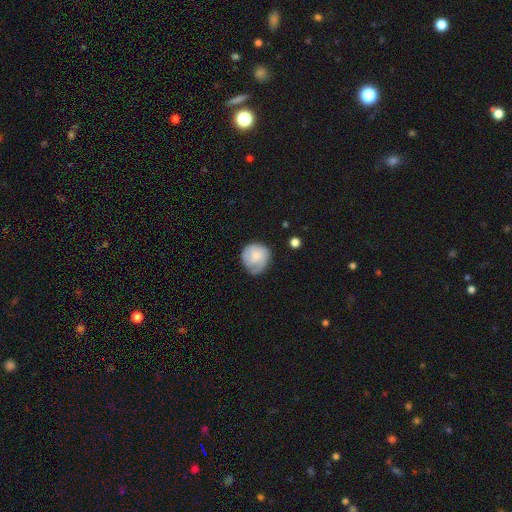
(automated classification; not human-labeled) smooth_or_featured: smooth (p=0.58) [alt: featured or disk p=0.35]
how_rounded: round (p=0.85) [alt: in between p=0.14]
merging: none (p=0.62) [alt: minor disturbance p=0.27]